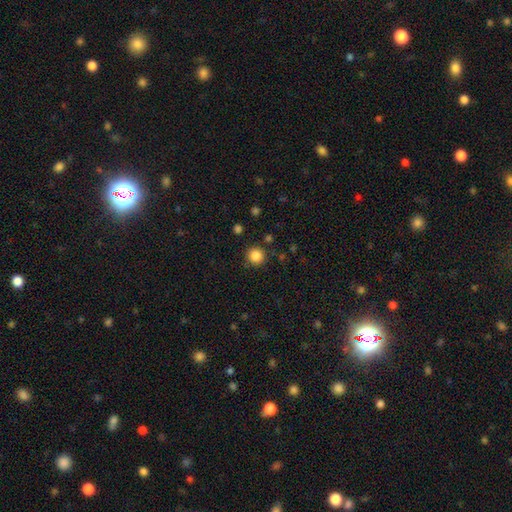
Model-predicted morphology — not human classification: This appears to be a smooth galaxy with no disk features (85%) that is round (94%). Merging: none (88%).